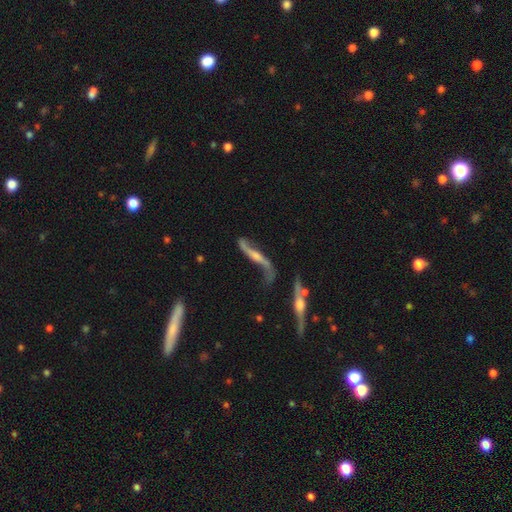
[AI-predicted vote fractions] The model was most divided on "edge-on disk": no: 60%, yes: 40%. More confident: smooth or featured — featured or disk (83%); merging — none (51%).